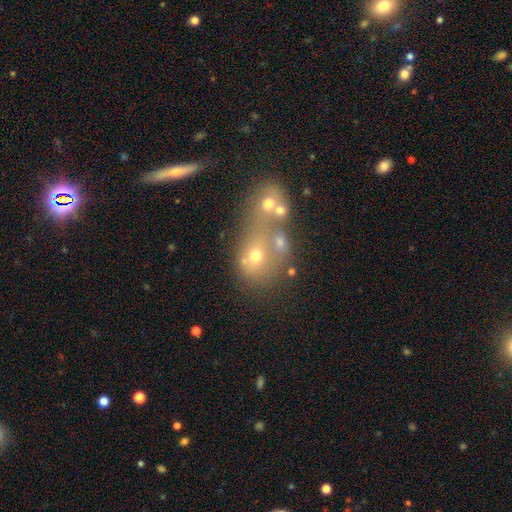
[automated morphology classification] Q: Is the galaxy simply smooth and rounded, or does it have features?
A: smooth — 51%.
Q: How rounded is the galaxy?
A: round — 60%.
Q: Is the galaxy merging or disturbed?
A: merger — 61%.